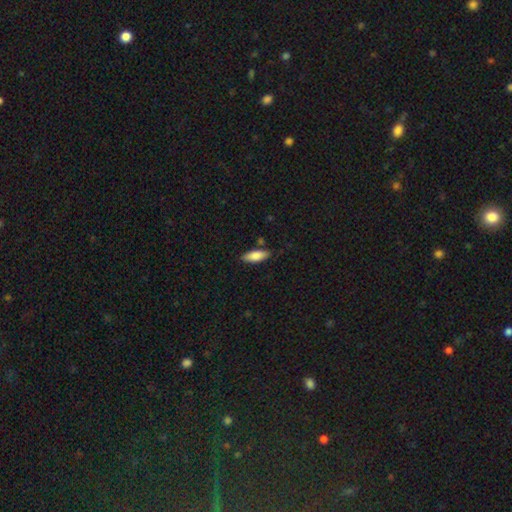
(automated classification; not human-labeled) Q: Smooth or featured?
A: smooth (84%); runner-up: featured or disk (10%)
Q: How rounded?
A: in between (70%); runner-up: cigar-shaped (28%)
Q: Merging?
A: none (81%); runner-up: minor disturbance (13%)